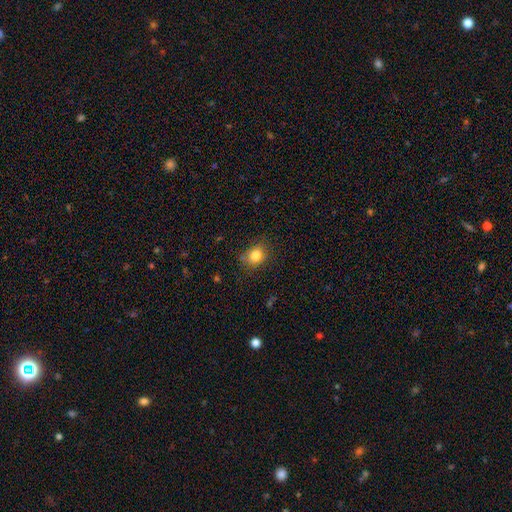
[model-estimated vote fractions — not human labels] smooth_or_featured: smooth (p=0.81) [alt: star or artifact p=0.11]
how_rounded: round (p=0.61) [alt: in between p=0.39]
merging: none (p=0.78) [alt: minor disturbance p=0.16]